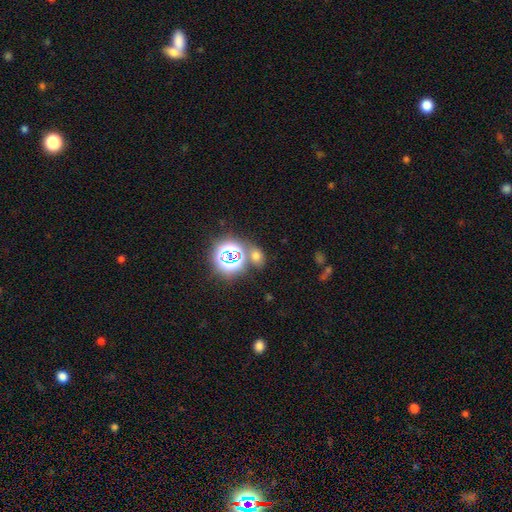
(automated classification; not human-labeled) The model was most divided on "smooth or featured": smooth: 51%, star or artifact: 41%, featured or disk: 8%. More confident: merging — none (67%); how rounded — in between (56%).